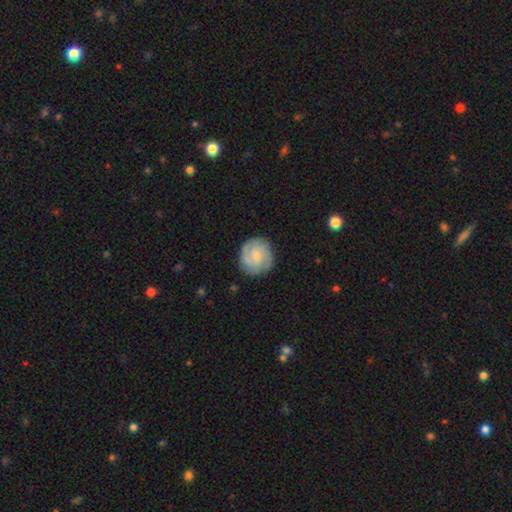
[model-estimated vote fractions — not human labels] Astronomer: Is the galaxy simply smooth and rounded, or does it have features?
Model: smooth — 47% (runner-up: featured or disk, 46%).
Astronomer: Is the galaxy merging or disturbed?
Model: none — 83%.